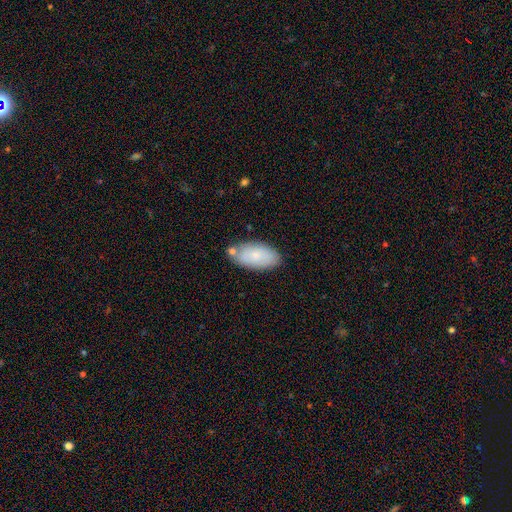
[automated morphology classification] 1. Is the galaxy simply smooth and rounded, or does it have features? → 75% smooth, 18% featured or disk, 6% star or artifact.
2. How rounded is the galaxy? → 94% in between, 3% cigar-shaped, 3% round.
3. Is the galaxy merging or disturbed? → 73% none, 16% minor disturbance, 8% merger, 3% major disturbance.